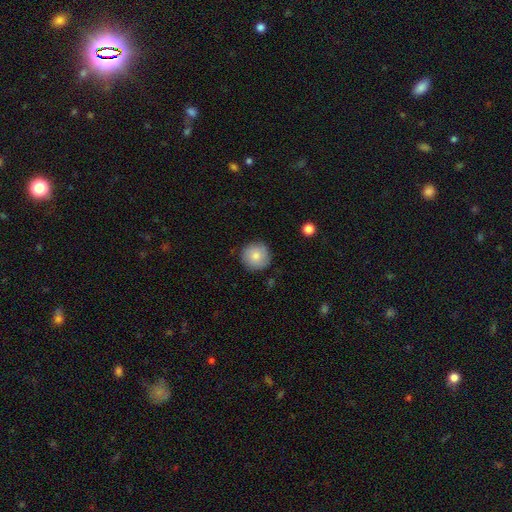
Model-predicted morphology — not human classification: A smooth galaxy with no disk features (81%) that is round (95%).

Vote fractions:
- Smooth or featured? smooth: 81% / featured or disk: 12% / star or artifact: 7%
- How rounded? round: 95% / in between: 4% / cigar-shaped: 1%
- Merging? none: 87% / minor disturbance: 10% / major disturbance: 2% / merger: 1%